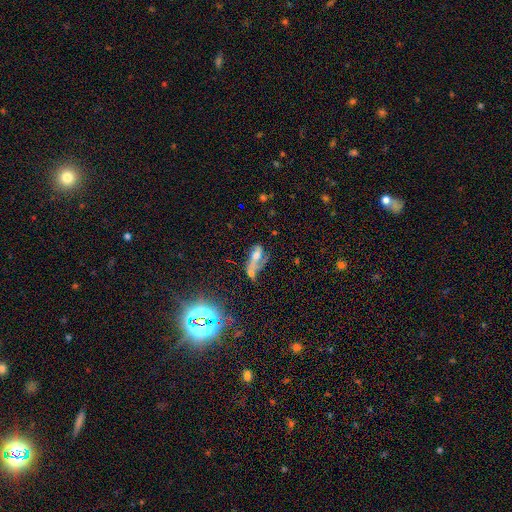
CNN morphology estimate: featured or disk 51%, smooth 34%, star or artifact 15%. Down the decision tree: edge-on disk — no (84%); merging — merger (40%).